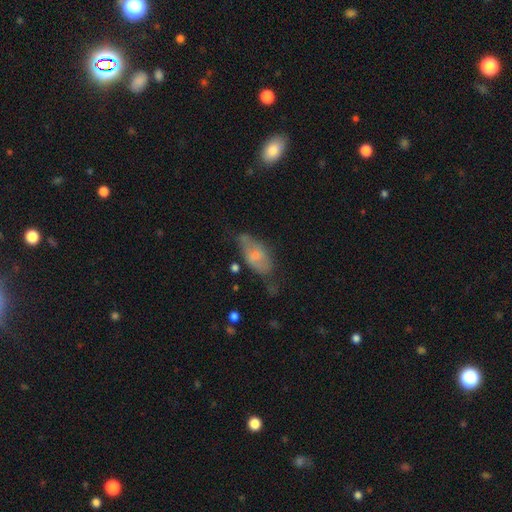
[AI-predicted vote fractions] Overall: smooth (60%; featured or disk 31%). How rounded: in between (83%). Merging: none (44%; minor disturbance 33%).